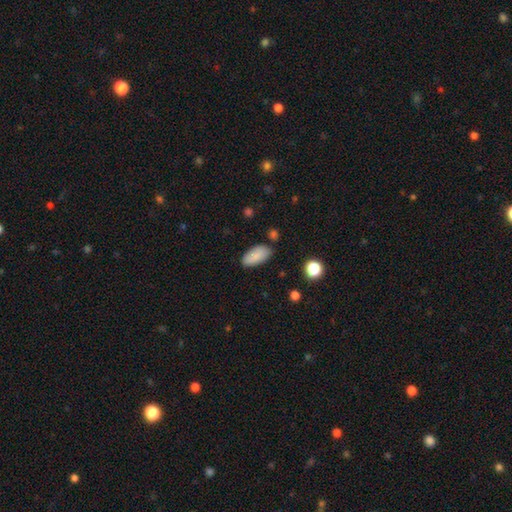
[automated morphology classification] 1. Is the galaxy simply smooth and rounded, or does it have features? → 86% smooth, 7% featured or disk, 7% star or artifact.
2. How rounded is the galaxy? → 92% in between, 6% cigar-shaped, 2% round.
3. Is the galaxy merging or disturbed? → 79% none, 15% minor disturbance, 3% major disturbance, 3% merger.